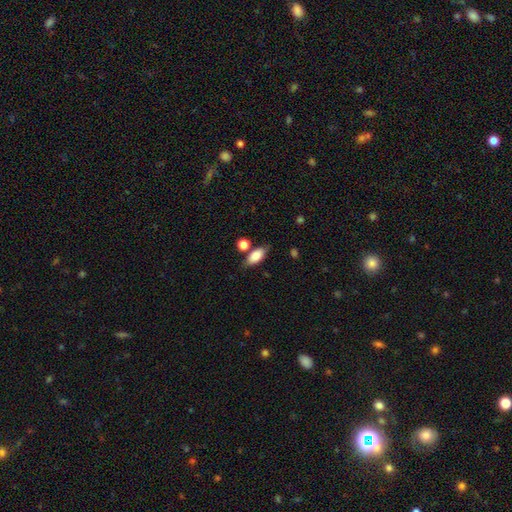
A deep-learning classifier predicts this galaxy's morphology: This is clearly a smooth galaxy (84%). How rounded: clearly in between (88%). Merging: likely none (70%).